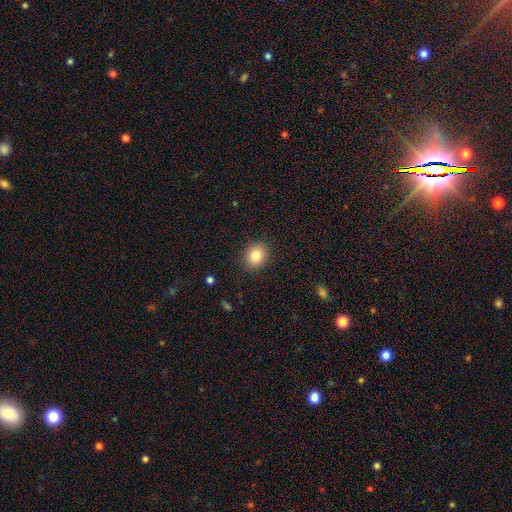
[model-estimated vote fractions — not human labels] Smooth or featured? Predicted: smooth (p=0.83). How rounded? Predicted: round (p=0.62). Merging? Predicted: none (p=0.89).